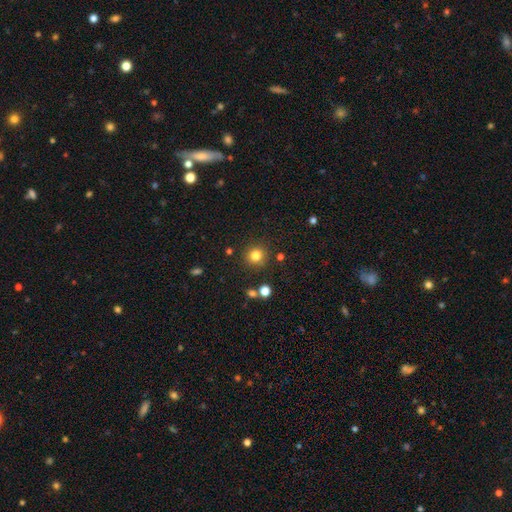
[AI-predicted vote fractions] Smooth or featured: smooth — 81% (star or artifact — 13%)
How rounded: round — 92% (in between — 7%)
Merging: none — 87% (minor disturbance — 7%)